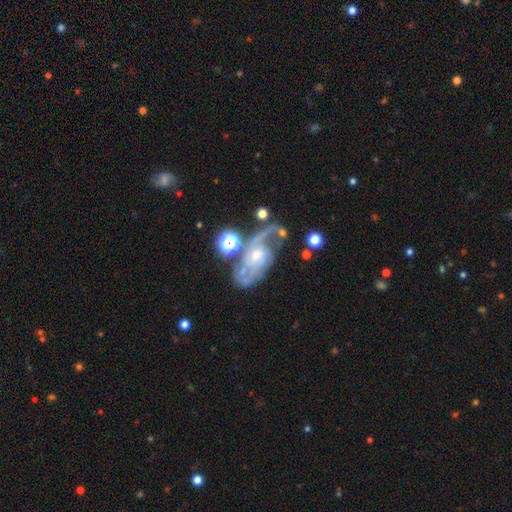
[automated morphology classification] This appears to be a featured or disk galaxy (74%) with no bar (67%), 2 (47%) tight (41%) spiral arms (84%) and a small central bulge (55%). Merging: none (49%).